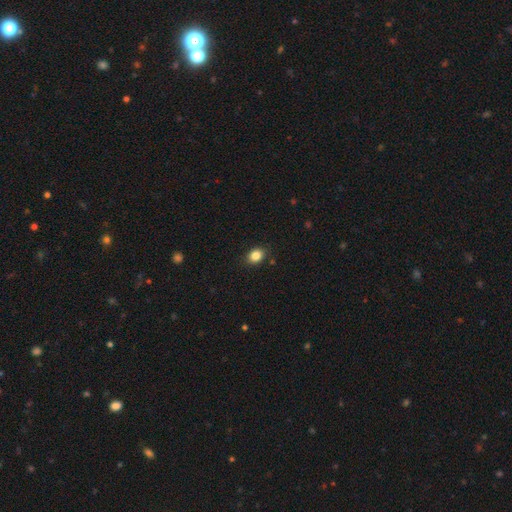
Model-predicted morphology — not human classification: smooth_or_featured: smooth (p=0.85) [alt: star or artifact p=0.10]
how_rounded: in between (p=0.61) [alt: round p=0.38]
merging: none (p=0.86) [alt: minor disturbance p=0.10]